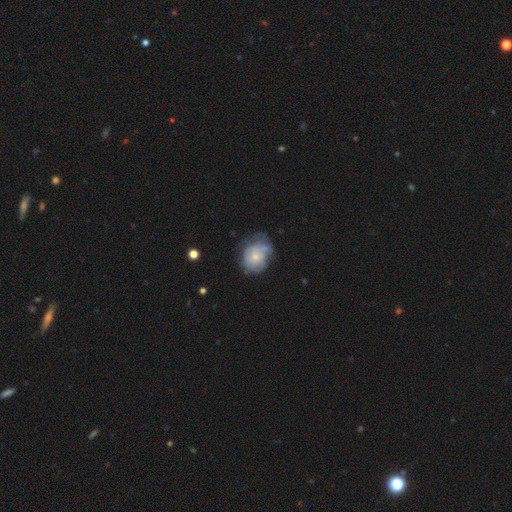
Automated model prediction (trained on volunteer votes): smooth-or-featured: smooth: 51% | featured or disk: 41% | star or artifact: 8%
  how-rounded: round: 51% | in between: 48% | cigar-shaped: 1%
  merging: none: 41% | minor disturbance: 34% | major disturbance: 20% | merger: 6%